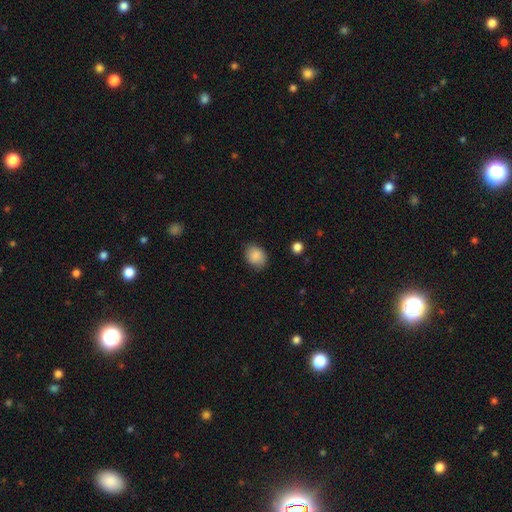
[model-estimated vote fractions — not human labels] This is clearly a smooth galaxy (87%). How rounded: possibly in between (54%). Merging: likely none (79%).